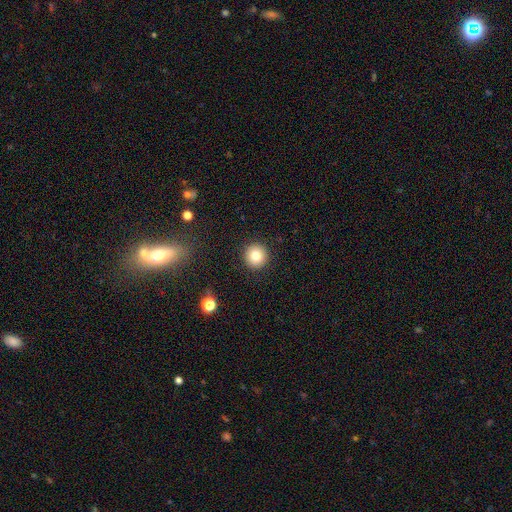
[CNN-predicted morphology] Overall: smooth (81%). How rounded: round (95%). Merging: none (92%).